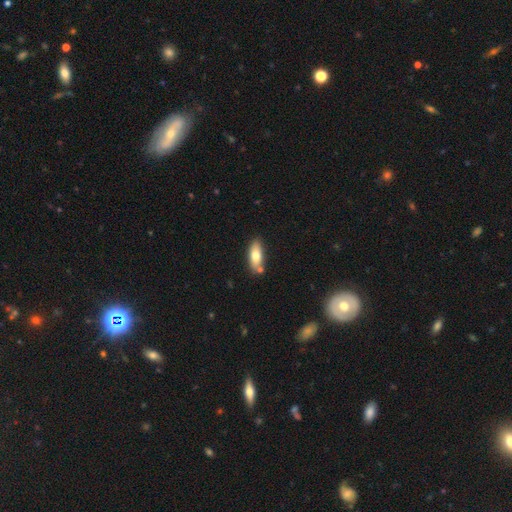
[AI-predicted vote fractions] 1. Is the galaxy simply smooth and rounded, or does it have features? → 73% smooth, 21% featured or disk, 6% star or artifact.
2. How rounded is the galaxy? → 76% in between, 22% cigar-shaped, 2% round.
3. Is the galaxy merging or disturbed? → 75% none, 13% minor disturbance, 9% merger, 3% major disturbance.